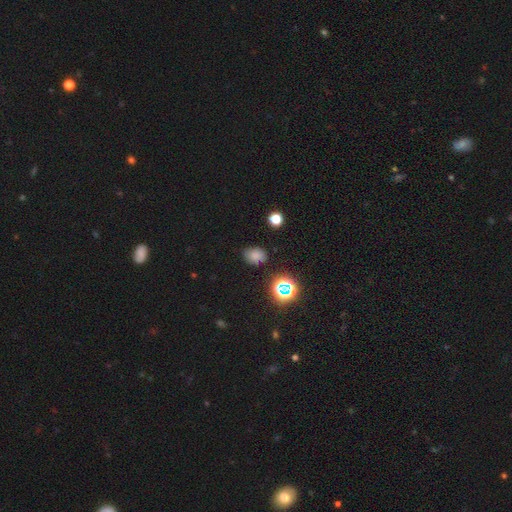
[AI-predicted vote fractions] This is likely a smooth galaxy (72%). How rounded: likely in between (62%). Merging: likely none (76%).